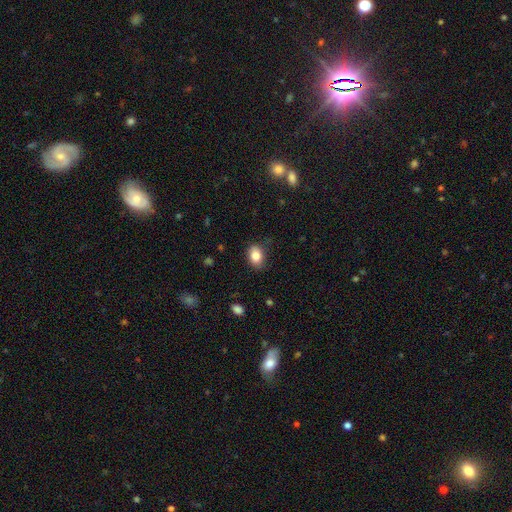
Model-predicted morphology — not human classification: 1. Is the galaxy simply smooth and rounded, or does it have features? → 85% smooth, 8% star or artifact, 7% featured or disk.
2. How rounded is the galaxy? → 76% in between, 23% round, 1% cigar-shaped.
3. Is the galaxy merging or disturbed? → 81% none, 15% minor disturbance, 3% major disturbance, 1% merger.